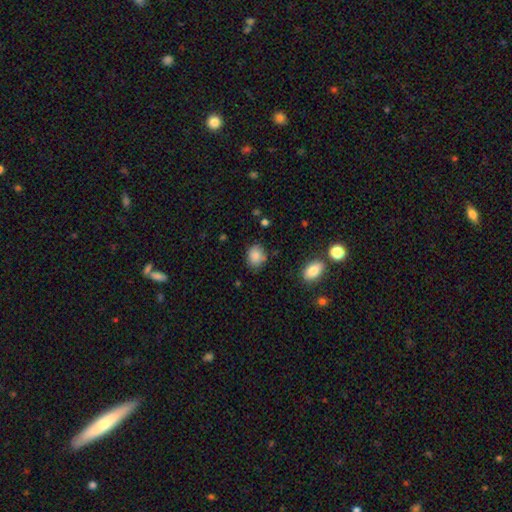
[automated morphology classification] Smooth or featured? smooth (86%)
How rounded? in between (52%)
Merging? none (77%)